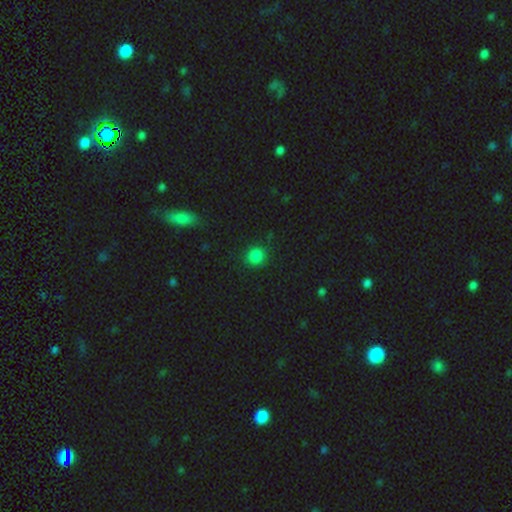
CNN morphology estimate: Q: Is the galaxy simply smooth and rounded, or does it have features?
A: smooth — 83%.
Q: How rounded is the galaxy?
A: round — 85%.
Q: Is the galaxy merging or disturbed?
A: none — 88%.